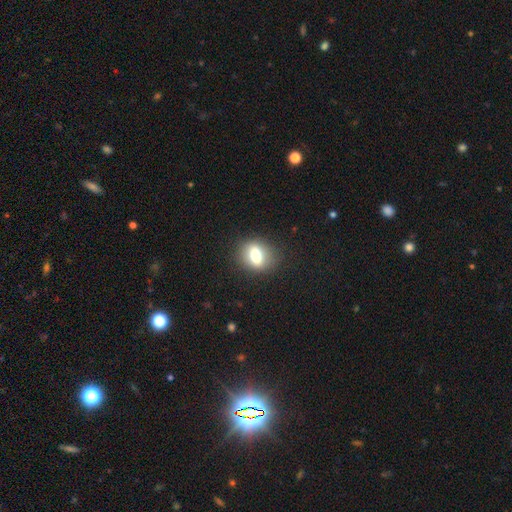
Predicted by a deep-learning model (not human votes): Smooth or featured: smooth — 70% (featured or disk — 20%)
How rounded: in between — 54% (round — 43%)
Merging: none — 86% (minor disturbance — 9%)